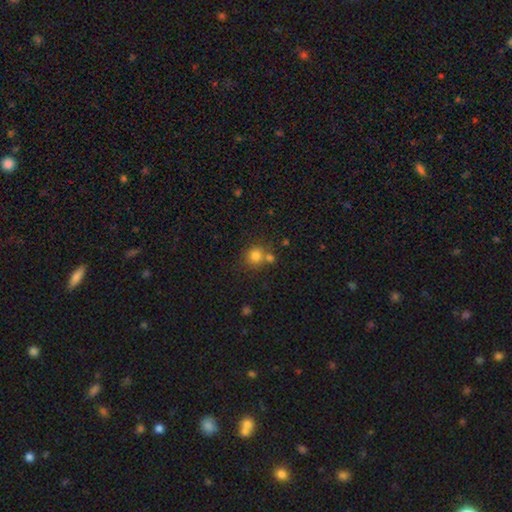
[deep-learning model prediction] smooth_or_featured: smooth (p=0.80) [alt: star or artifact p=0.12]
how_rounded: round (p=0.87) [alt: in between p=0.12]
merging: none (p=0.59) [alt: merger p=0.28]